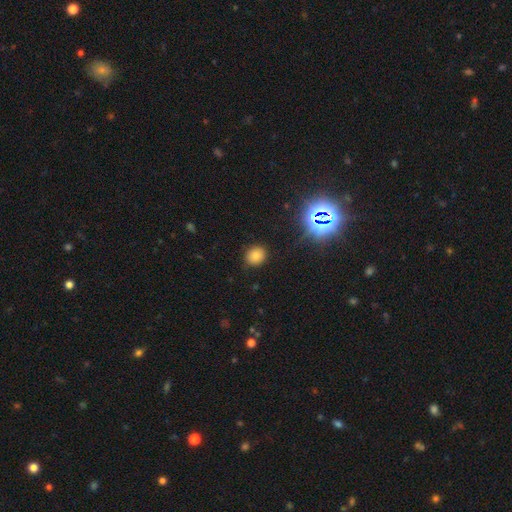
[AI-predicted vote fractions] This appears to be a smooth galaxy with no disk features (75%) that is round (74%). Merging: none (86%).